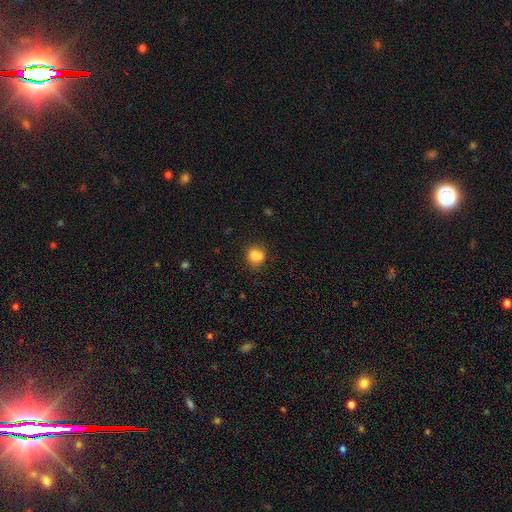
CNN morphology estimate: This is likely a smooth galaxy (80%). How rounded: likely round (76%). Merging: possibly none (53%).